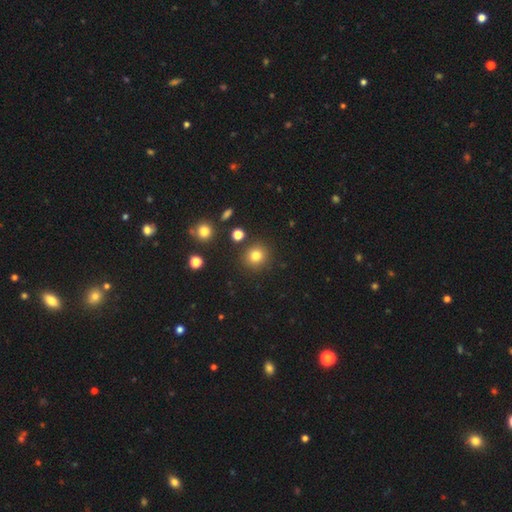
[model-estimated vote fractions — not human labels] A smooth galaxy with no disk features (80%) that is round (89%).

Vote fractions:
- Smooth or featured? smooth: 80% / star or artifact: 14% / featured or disk: 6%
- How rounded? round: 89% / in between: 10% / cigar-shaped: 1%
- Merging? none: 87% / minor disturbance: 7% / merger: 4% / major disturbance: 3%